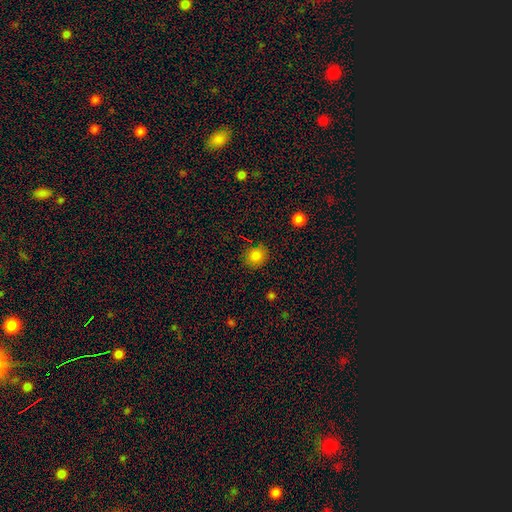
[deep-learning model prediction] Morphology: type=smooth (83%); roundness=round (80%); merging=none (86%).